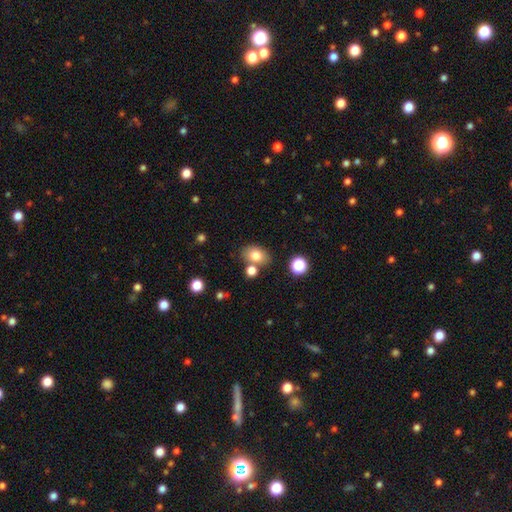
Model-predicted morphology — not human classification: Smooth or featured? Predicted: smooth (p=0.79). How rounded? Predicted: in between (p=0.75). Merging? Predicted: none (p=0.70).